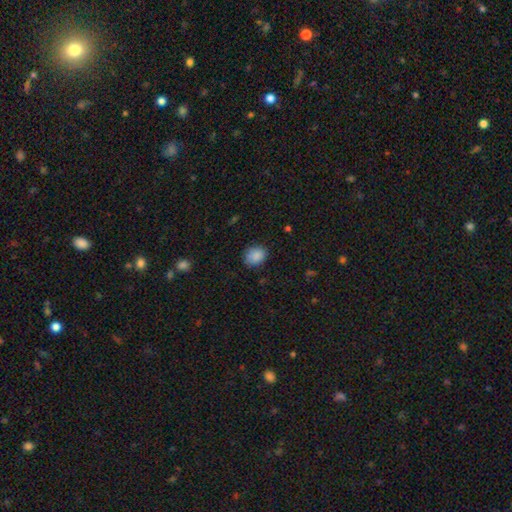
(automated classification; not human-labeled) Smooth or featured: smooth — 88% (star or artifact — 8%)
How rounded: in between — 50% (round — 49%)
Merging: none — 82% (minor disturbance — 14%)